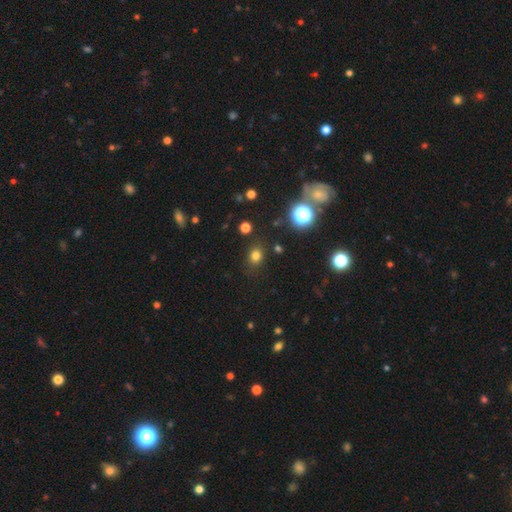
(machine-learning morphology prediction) smooth 76%, star or artifact 19%, featured or disk 6%. Down the decision tree: how rounded — round (66%); merging — none (83%).